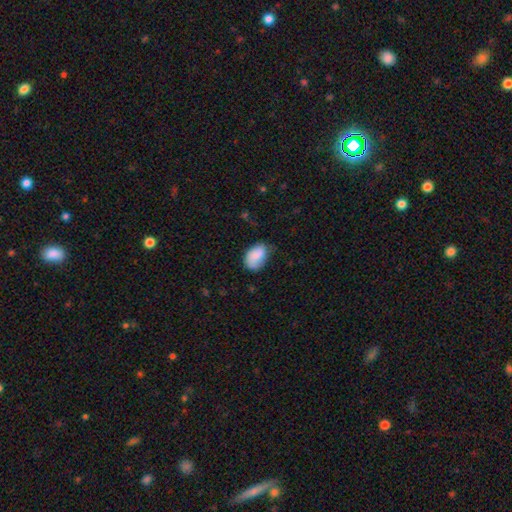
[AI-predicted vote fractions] Q: Smooth or featured?
A: smooth (81%); runner-up: featured or disk (12%)
Q: How rounded?
A: in between (86%); runner-up: round (13%)
Q: Merging?
A: none (54%); runner-up: minor disturbance (34%)